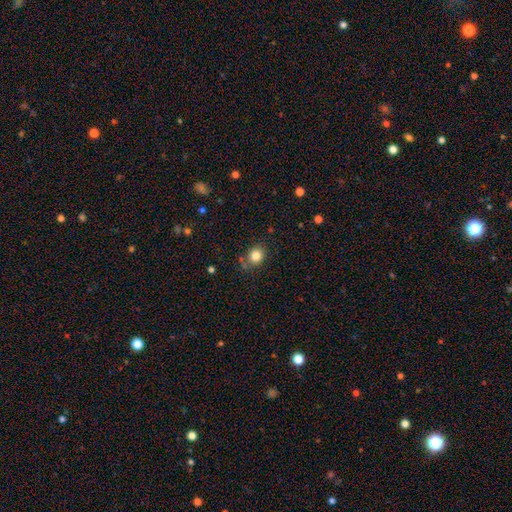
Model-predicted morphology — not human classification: Overall: smooth (83%). How rounded: round (71%). Merging: none (76%).